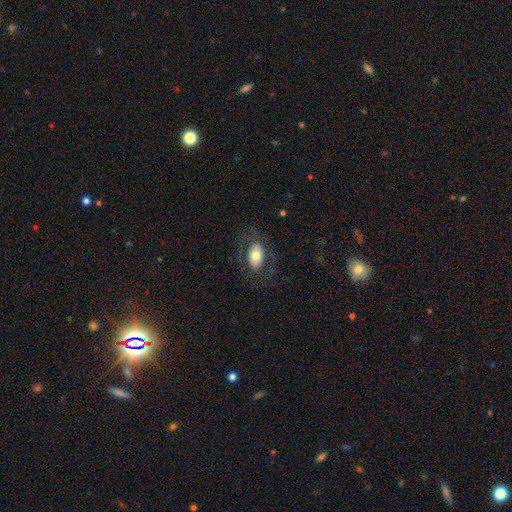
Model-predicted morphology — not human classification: Q: Smooth or featured?
A: smooth (62%); runner-up: featured or disk (31%)
Q: How rounded?
A: in between (89%); runner-up: round (10%)
Q: Merging?
A: none (75%); runner-up: minor disturbance (13%)